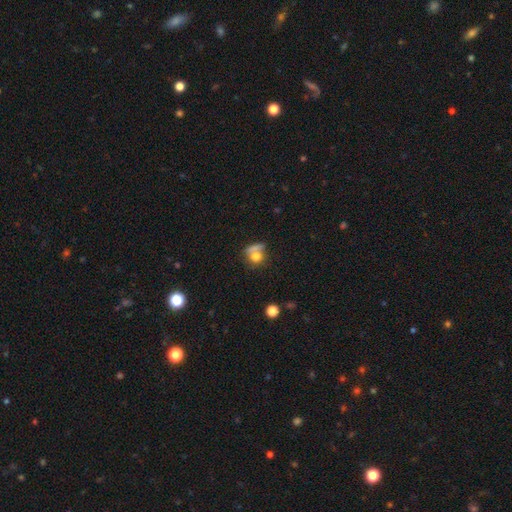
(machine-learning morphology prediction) Smooth or featured: smooth — 72% (featured or disk — 16%)
How rounded: round — 75% (in between — 22%)
Merging: none — 41% (merger — 34%)